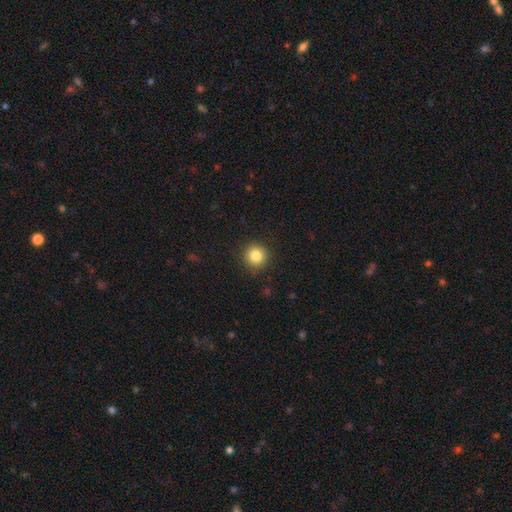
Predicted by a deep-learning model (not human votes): The model was most divided on "smooth or featured": smooth: 84%, star or artifact: 10%, featured or disk: 6%. More confident: how rounded — round (94%); merging — none (91%).